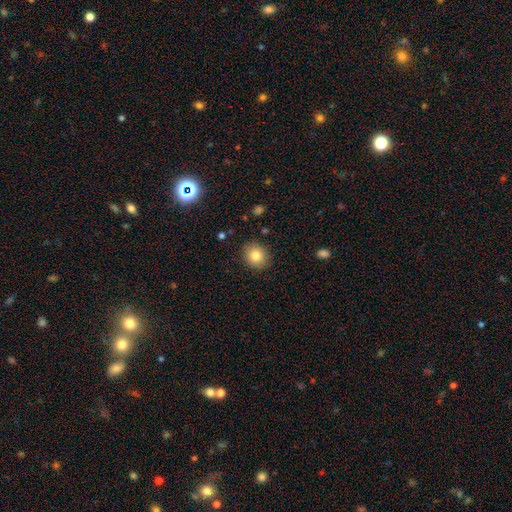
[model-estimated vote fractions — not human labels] Q: Smooth or featured?
A: smooth (83%); runner-up: star or artifact (9%)
Q: How rounded?
A: round (77%); runner-up: in between (22%)
Q: Merging?
A: none (89%); runner-up: minor disturbance (8%)